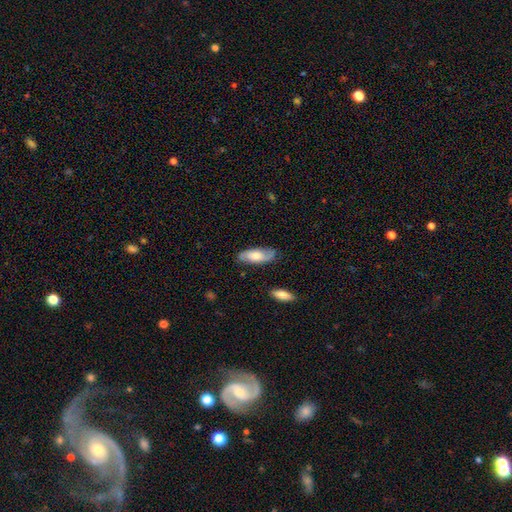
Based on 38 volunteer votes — smooth-or-featured: smooth: 55% | featured or disk: 42% | star or artifact: 3%
  how-rounded: in between: 86% | round: 10% | cigar-shaped: 5%
  merging: none: 70% | minor disturbance: 27% | major disturbance: 3% | merger: 0%